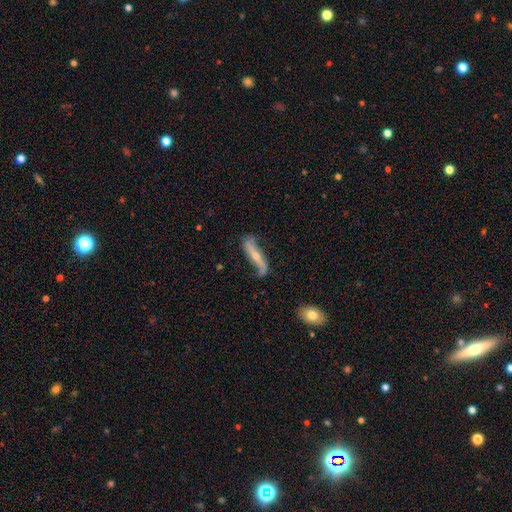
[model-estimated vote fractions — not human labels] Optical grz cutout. It shows a featured or disk galaxy (70%). Merging: none (59%).